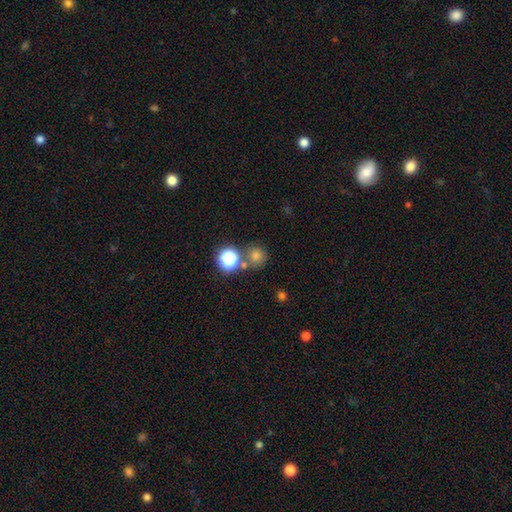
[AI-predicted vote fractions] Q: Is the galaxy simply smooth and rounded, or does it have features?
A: smooth — 64%.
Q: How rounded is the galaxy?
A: round — 91%.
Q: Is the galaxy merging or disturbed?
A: none — 71%.